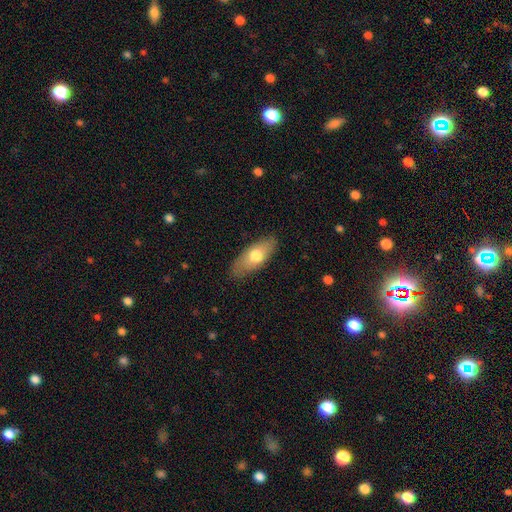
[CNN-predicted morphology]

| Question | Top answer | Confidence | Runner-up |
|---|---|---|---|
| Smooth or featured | smooth | 68% | featured or disk (27%) |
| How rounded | in between | 79% | cigar-shaped (18%) |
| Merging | none | 80% | minor disturbance (15%) |